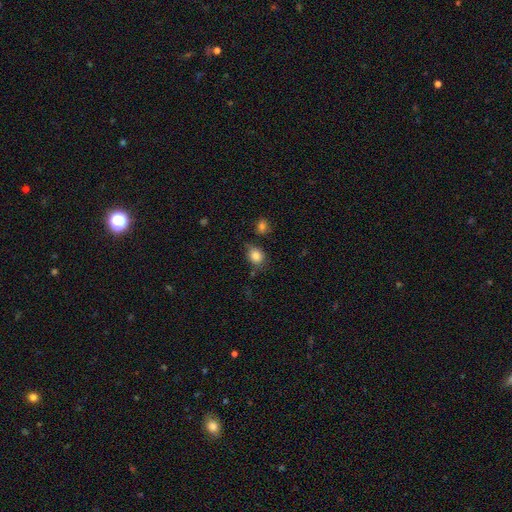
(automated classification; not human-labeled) Smooth or featured?
  - smooth: 83% *
  - star or artifact: 10%
  - featured or disk: 7%
How rounded?
  - round: 57% *
  - in between: 42%
  - cigar-shaped: 1%
Merging?
  - none: 65% *
  - minor disturbance: 24%
  - major disturbance: 6%
  - merger: 5%